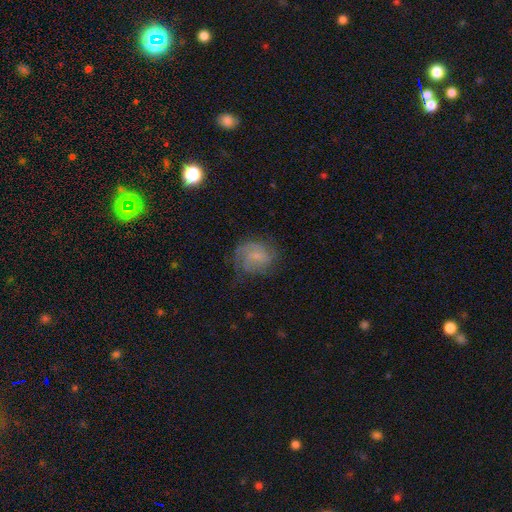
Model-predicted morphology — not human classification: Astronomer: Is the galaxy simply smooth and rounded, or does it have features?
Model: featured or disk — 68%.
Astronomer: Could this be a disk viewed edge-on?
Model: no — 98%.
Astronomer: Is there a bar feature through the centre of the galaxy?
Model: no — 57% (runner-up: weak, 38%).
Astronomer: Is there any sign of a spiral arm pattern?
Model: yes — 91%.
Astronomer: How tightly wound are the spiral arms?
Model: medium — 42% (runner-up: tight, 41%).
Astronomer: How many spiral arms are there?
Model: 2 — 37% (runner-up: can't tell, 27%).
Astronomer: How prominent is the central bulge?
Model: small — 72%.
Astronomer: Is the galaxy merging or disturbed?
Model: none — 60%.